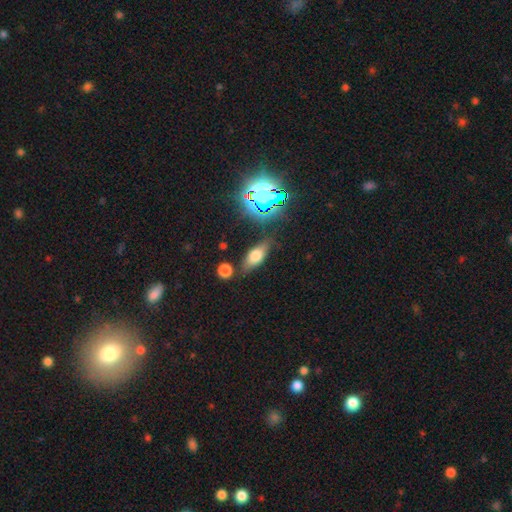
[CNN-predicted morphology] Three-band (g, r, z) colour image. It shows a smooth galaxy with no disk features (57%) that is in between round and cigar-shaped (72%). Merging: none (75%).